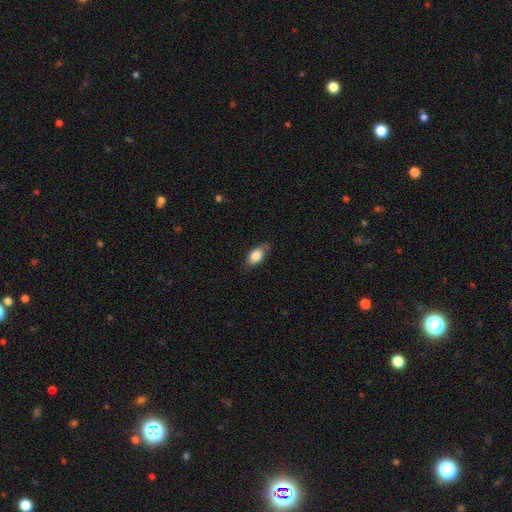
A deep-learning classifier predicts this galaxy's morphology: This appears to be a smooth galaxy with no disk features (80%) that is in between round and cigar-shaped (86%). Merging: none (75%).